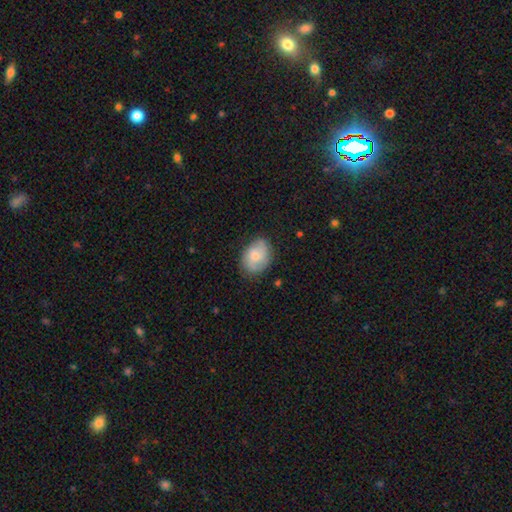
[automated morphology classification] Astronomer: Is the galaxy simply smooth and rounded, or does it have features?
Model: smooth — 53% (runner-up: featured or disk, 40%).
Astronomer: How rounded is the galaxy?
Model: in between — 68%.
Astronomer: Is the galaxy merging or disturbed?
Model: none — 71%.